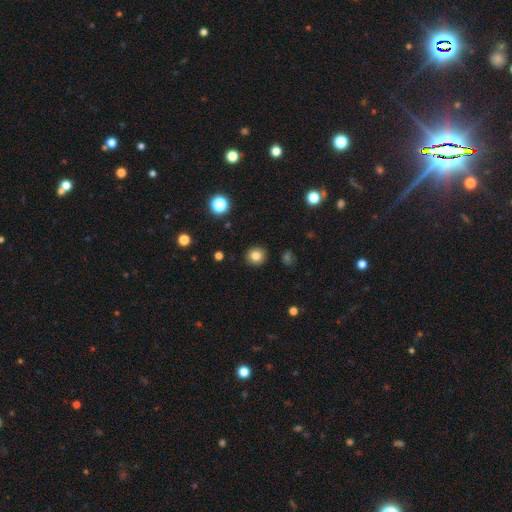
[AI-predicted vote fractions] A smooth galaxy with no disk features (82%) that is round (92%).

Vote fractions:
- Smooth or featured? smooth: 82% / star or artifact: 12% / featured or disk: 6%
- How rounded? round: 92% / in between: 7% / cigar-shaped: 1%
- Merging? none: 92% / minor disturbance: 5% / major disturbance: 2% / merger: 1%